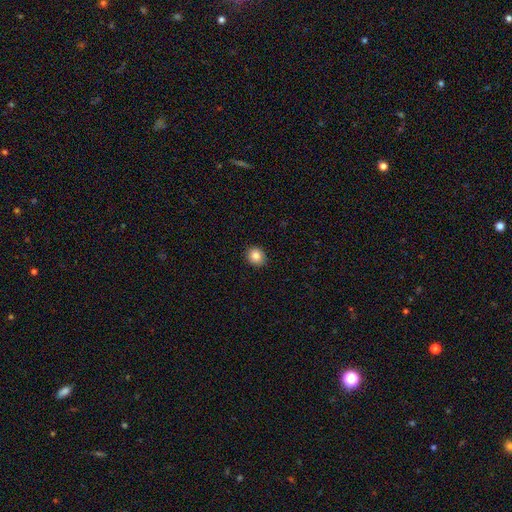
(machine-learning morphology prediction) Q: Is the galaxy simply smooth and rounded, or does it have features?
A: smooth — 86%.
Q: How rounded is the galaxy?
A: round — 75%.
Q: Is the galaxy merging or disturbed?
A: none — 91%.